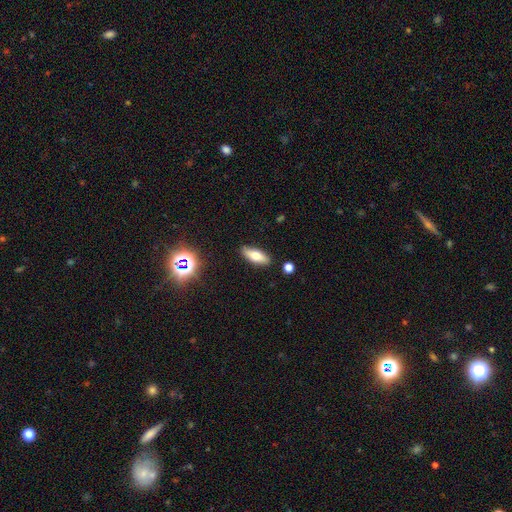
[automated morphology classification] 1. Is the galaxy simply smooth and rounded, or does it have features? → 67% smooth, 23% featured or disk, 9% star or artifact.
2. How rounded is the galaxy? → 68% in between, 29% cigar-shaped, 3% round.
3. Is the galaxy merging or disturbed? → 87% none, 9% minor disturbance, 2% merger, 2% major disturbance.